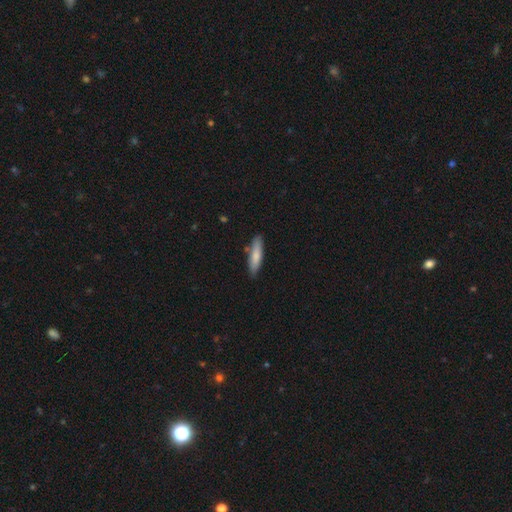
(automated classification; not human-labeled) smooth 78%, featured or disk 16%, star or artifact 5%. Down the decision tree: how rounded — cigar-shaped (69%); merging — none (82%).